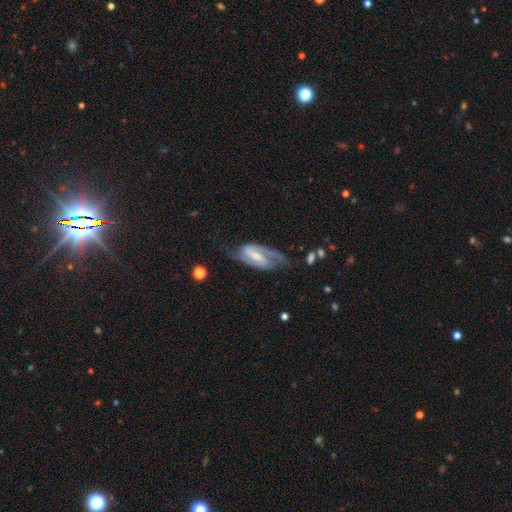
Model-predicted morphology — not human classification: A featured or disk galaxy (87%) with a strong bar (47%), 2 (89%) medium (51%) spiral arms (96%) and a small central bulge (39%).

Vote fractions:
- Smooth or featured? featured or disk: 87% / smooth: 8% / star or artifact: 5%
- Edge-on disk? no: 96% / yes: 4%
- Bar? strong: 47% / weak: 40% / no: 13%
- Spiral arms? yes: 96% / no: 4%
- Spiral winding? medium: 51% / tight: 28% / loose: 21%
- Spiral arm count? 2: 89% / 1: 5% / can't tell: 4% / 3: 1% / 4: 1% / more than 4: 1%
- Bulge size? small: 39% / moderate: 37% / none: 16% / large: 6% / dominant: 1%
- Merging? none: 66% / minor disturbance: 21% / major disturbance: 11% / merger: 2%